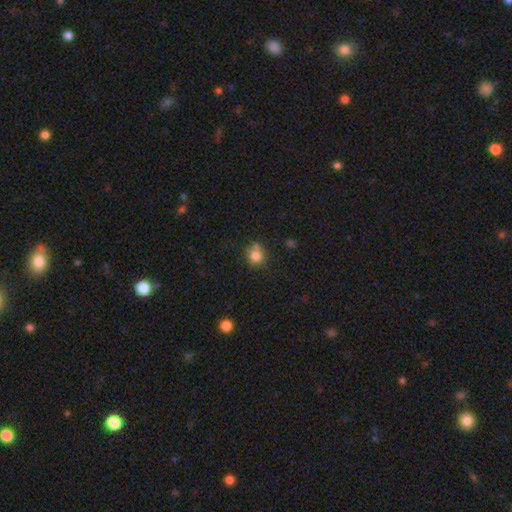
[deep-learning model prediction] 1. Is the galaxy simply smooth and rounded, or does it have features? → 80% smooth, 12% star or artifact, 9% featured or disk.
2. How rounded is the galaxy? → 83% round, 16% in between, 1% cigar-shaped.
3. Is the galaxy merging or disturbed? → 60% none, 17% merger, 17% minor disturbance, 5% major disturbance.